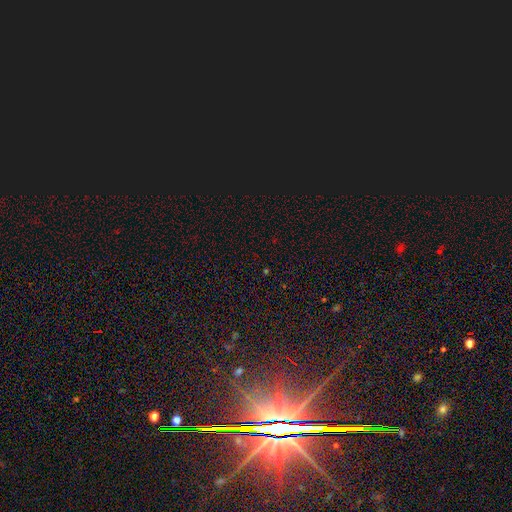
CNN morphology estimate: smooth_or_featured: star or artifact (p=0.68) [alt: smooth p=0.26]